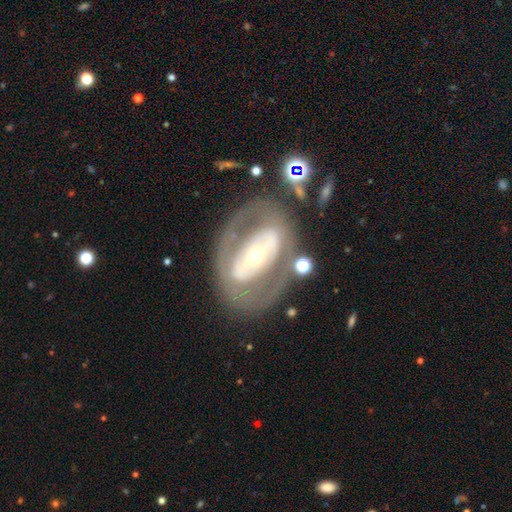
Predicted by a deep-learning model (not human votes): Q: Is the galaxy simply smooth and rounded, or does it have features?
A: featured or disk — 75%.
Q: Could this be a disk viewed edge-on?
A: no — 92%.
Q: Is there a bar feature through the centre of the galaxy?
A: strong — 43%.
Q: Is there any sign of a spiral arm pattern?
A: no — 63%.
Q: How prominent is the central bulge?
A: small — 54%.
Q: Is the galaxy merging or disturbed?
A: none — 68%.